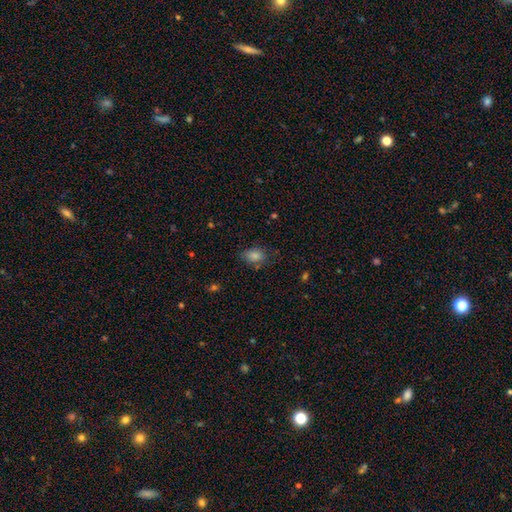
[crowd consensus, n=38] This is clearly a smooth galaxy (82%). How rounded: clearly in between (90%). Merging: likely none (60%).